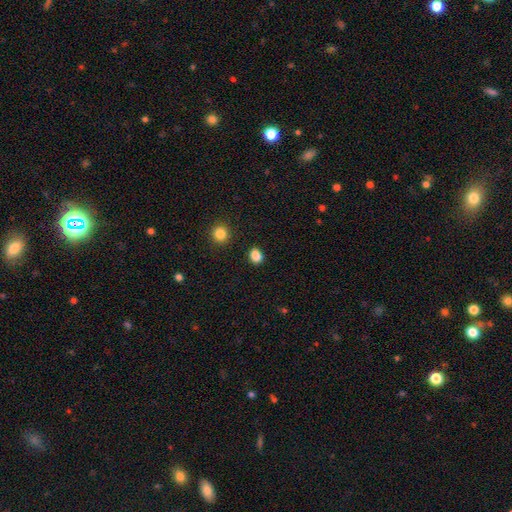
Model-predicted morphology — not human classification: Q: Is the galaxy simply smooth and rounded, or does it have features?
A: smooth — 86%.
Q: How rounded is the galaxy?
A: in between — 53%.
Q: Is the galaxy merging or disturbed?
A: none — 86%.